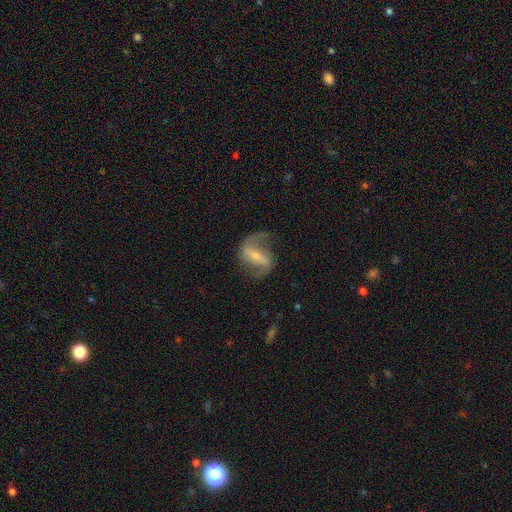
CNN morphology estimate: smooth-or-featured: featured or disk: 84% | smooth: 10% | star or artifact: 6%
  disk-edge-on: no: 95% | yes: 5%
    bar: strong: 62% | weak: 28% | no: 10%
    has-spiral-arms: yes: 91% | no: 9%
      spiral-winding: loose: 48% | medium: 41% | tight: 11%
      spiral-arm-count: 2: 89% | 1: 5% | can't tell: 4% | 3: 1% | 4: 1% | more than 4: 1%
    bulge-size: small: 58% | moderate: 32% | none: 6% | large: 3% | dominant: 1%
  merging: none: 71% | minor disturbance: 15% | major disturbance: 12% | merger: 2%